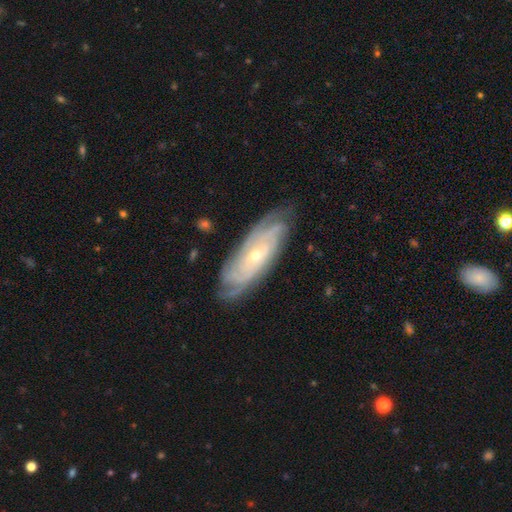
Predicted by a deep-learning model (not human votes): Smooth or featured?
  - featured or disk: 86% *
  - smooth: 9%
  - star or artifact: 5%
Edge-on disk?
  - no: 88% *
  - yes: 12%
Bar?
  - no: 70% *
  - weak: 22%
  - strong: 7%
Spiral arms?
  - yes: 96% *
  - no: 4%
Spiral winding?
  - tight: 75% *
  - medium: 20%
  - loose: 4%
Spiral arm count?
  - can't tell: 36% *
  - 4: 22%
  - 3: 16%
  - 2: 11%
  - more than 4: 10%
  - 1: 5%
Bulge size?
  - small: 67% *
  - moderate: 30%
  - large: 1%
  - none: 1%
  - dominant: 1%
Merging?
  - none: 80% *
  - minor disturbance: 15%
  - major disturbance: 4%
  - merger: 1%